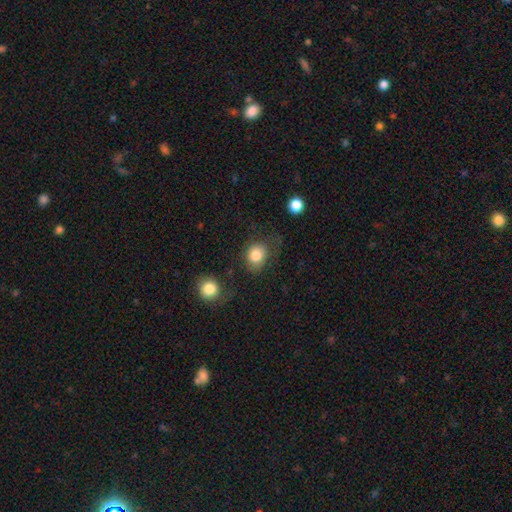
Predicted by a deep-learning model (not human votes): smooth 83%, star or artifact 9%, featured or disk 8%. Down the decision tree: how rounded — round (58%); merging — none (57%).